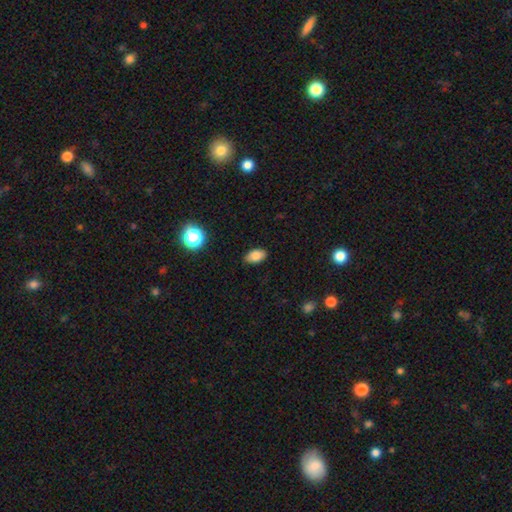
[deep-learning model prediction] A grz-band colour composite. It shows a smooth galaxy with no disk features (83%) that is in between round and cigar-shaped (90%). Merging: none (85%).